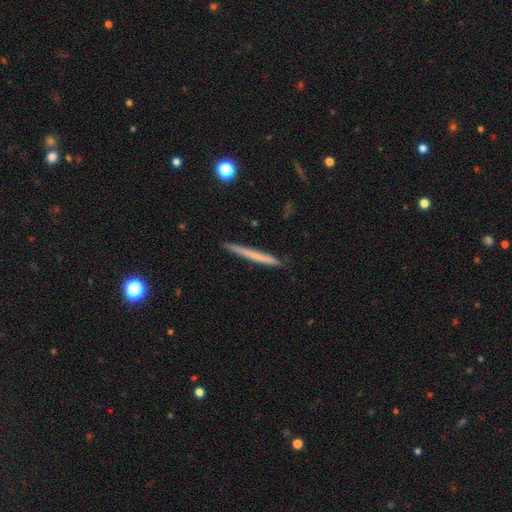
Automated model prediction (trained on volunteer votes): smooth 57%, featured or disk 36%, star or artifact 6%. Down the decision tree: how rounded — cigar-shaped (97%); merging — none (90%).